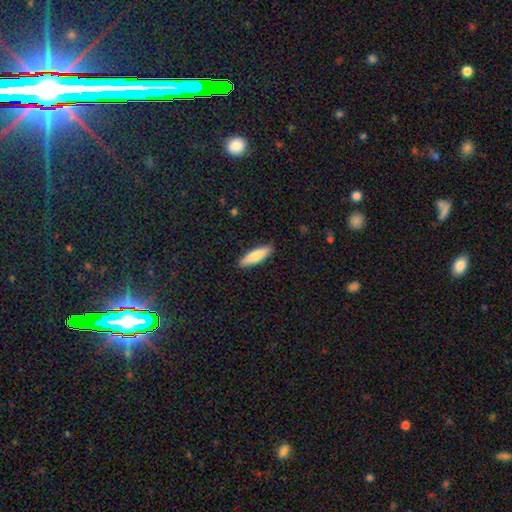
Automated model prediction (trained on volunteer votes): A smooth galaxy with no disk features (82%) that is cigar-shaped (64%).

Vote fractions:
- Smooth or featured? smooth: 82% / featured or disk: 12% / star or artifact: 5%
- How rounded? cigar-shaped: 64% / in between: 35% / round: 1%
- Merging? none: 90% / minor disturbance: 8% / major disturbance: 2% / merger: 1%